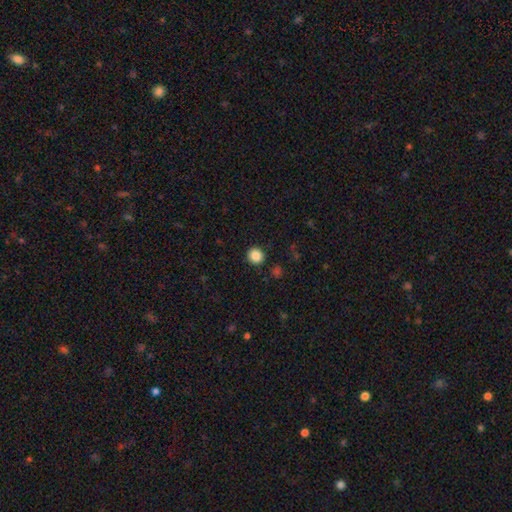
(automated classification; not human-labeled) smooth_or_featured: smooth (p=0.86) [alt: star or artifact p=0.10]
how_rounded: round (p=0.91) [alt: in between p=0.08]
merging: none (p=0.92) [alt: minor disturbance p=0.05]